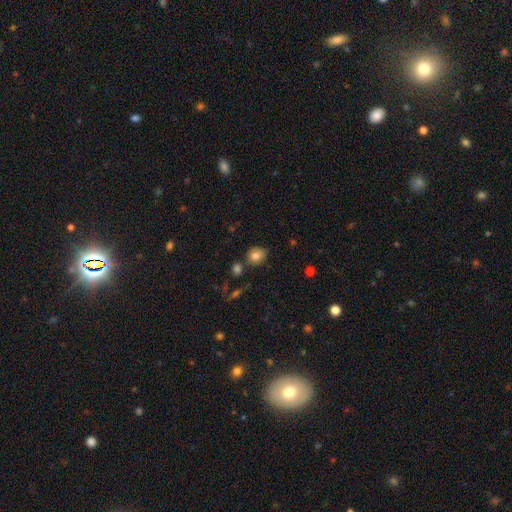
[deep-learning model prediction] Smooth or featured? Predicted: smooth (p=0.80). How rounded? Predicted: round (p=0.67). Merging? Predicted: none (p=0.73).